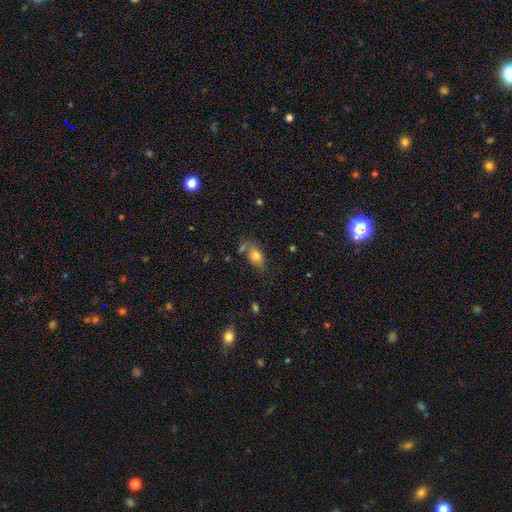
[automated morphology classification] Smooth or featured? smooth (78%)
How rounded? in between (83%)
Merging? none (58%)